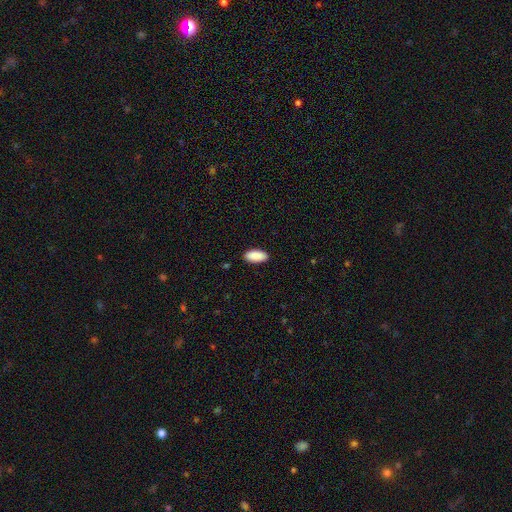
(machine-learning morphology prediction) Smooth or featured? smooth (91%)
How rounded? in between (91%)
Merging? none (89%)